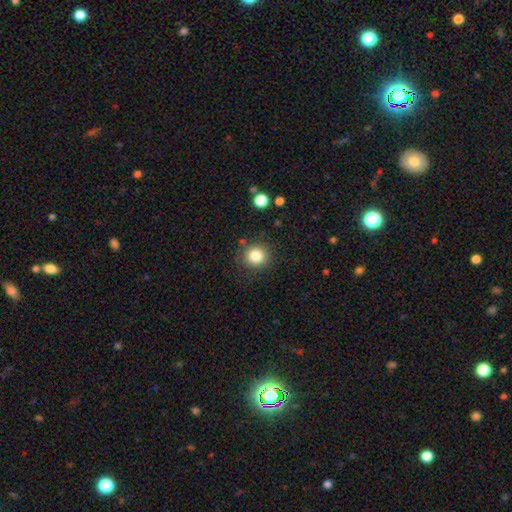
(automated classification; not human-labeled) This appears to be a smooth galaxy with no disk features (83%) that is round (90%). Merging: none (85%).